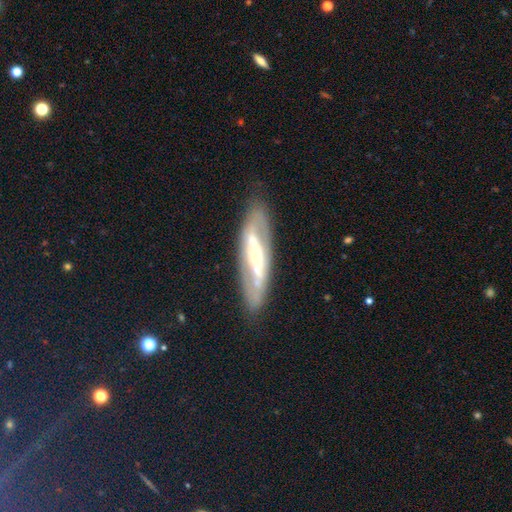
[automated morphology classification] This is likely a featured or disk galaxy (76%). It is likely not viewed edge-on (75%). Bar: marginally no (41%). Spiral arm pattern: possibly yes (52%). Central bulge: possibly small (46%, tied with moderate). Merging: likely none (79%).